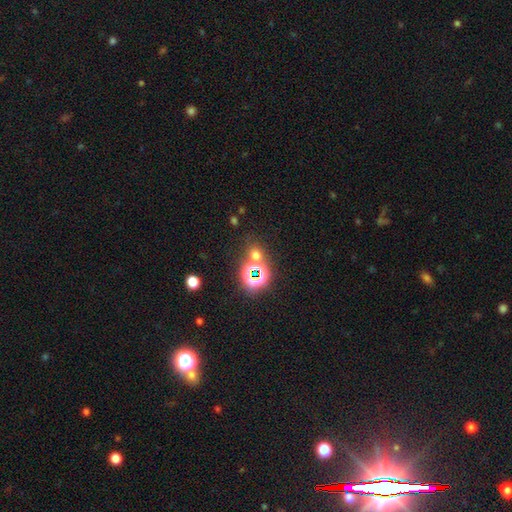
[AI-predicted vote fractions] Morphology: type=smooth (50%); roundness=round (77%); merging=none (67%).